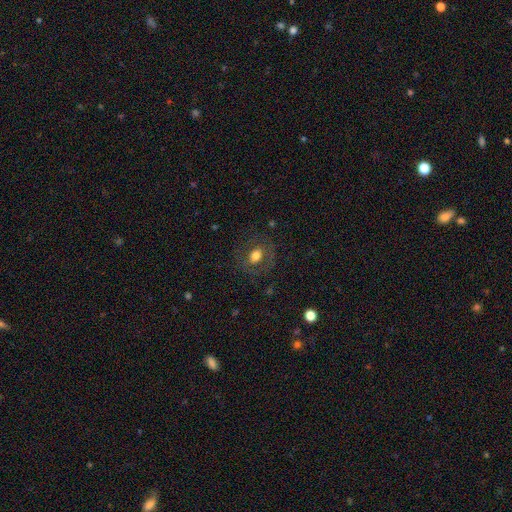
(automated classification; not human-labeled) smooth 61%, featured or disk 28%, star or artifact 11%. Down the decision tree: how rounded — round (53%); merging — none (77%).